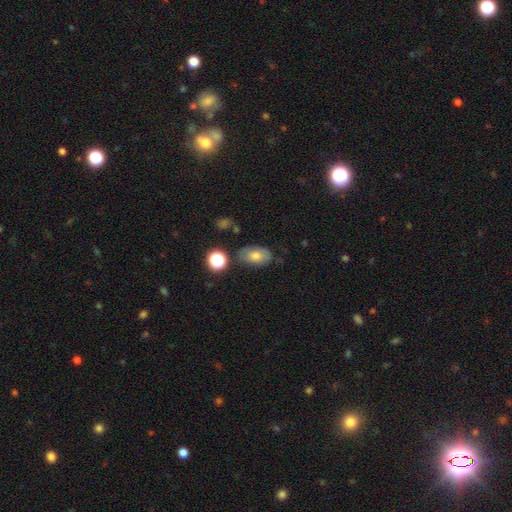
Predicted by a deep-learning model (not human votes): A smooth galaxy with no disk features (71%) that is in between round and cigar-shaped (89%). Merging: none (73%).